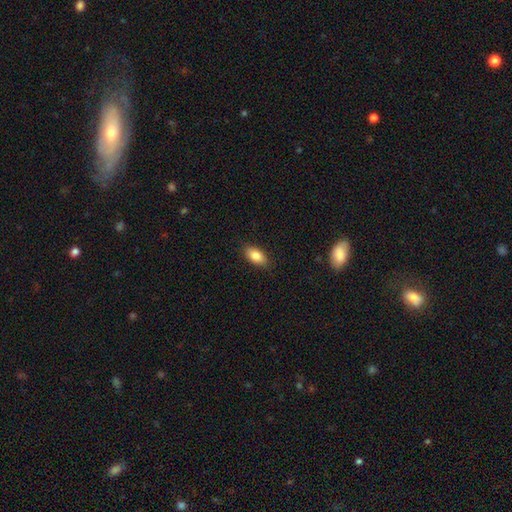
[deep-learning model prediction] smooth 85%, featured or disk 8%, star or artifact 7%. Down the decision tree: how rounded — in between (91%); merging — none (87%).